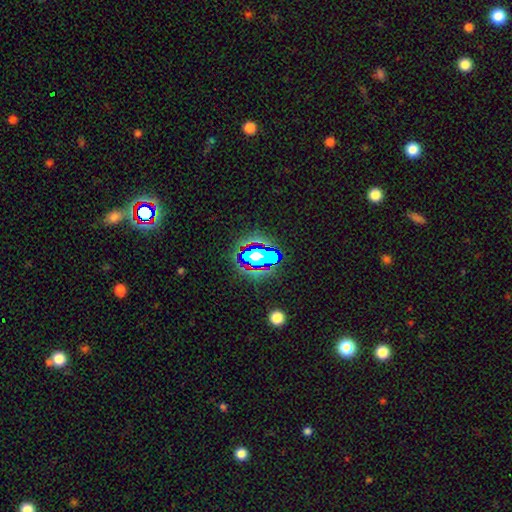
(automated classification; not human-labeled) smooth-or-featured: star or artifact: 46% | smooth: 35% | featured or disk: 19%